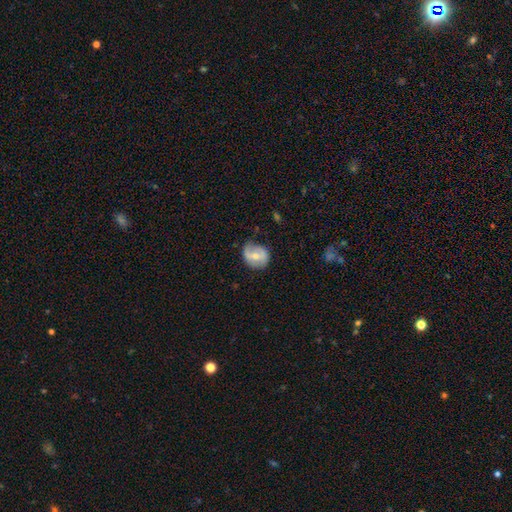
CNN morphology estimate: type=featured or disk (49%); merging=none (59%).